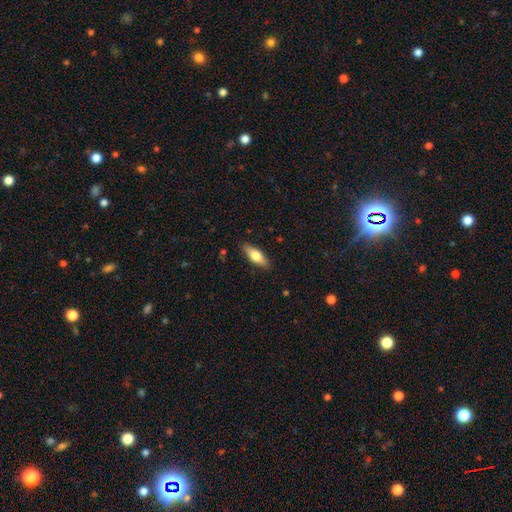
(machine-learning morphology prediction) Smooth or featured? Predicted: smooth (p=0.65). How rounded? Predicted: in between (p=0.64). Merging? Predicted: none (p=0.87).